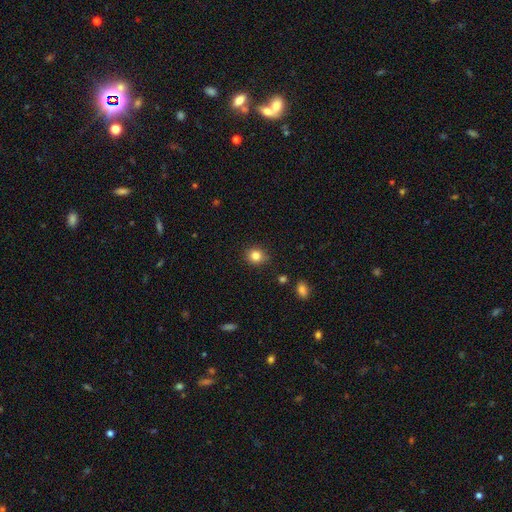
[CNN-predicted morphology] This is clearly a smooth galaxy (83%). How rounded: clearly round (80%). Merging: clearly none (83%).